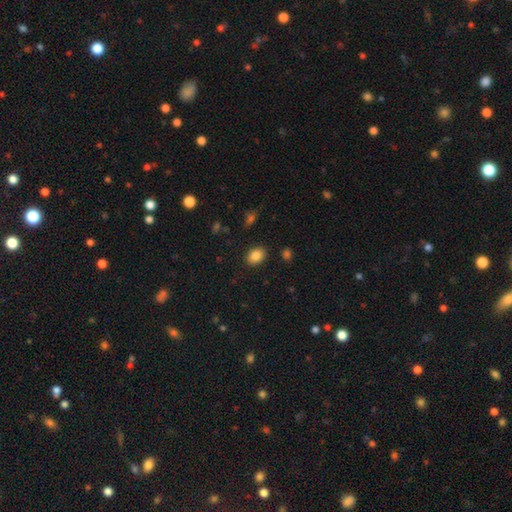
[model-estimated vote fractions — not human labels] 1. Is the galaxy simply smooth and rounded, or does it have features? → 86% smooth, 9% star or artifact, 6% featured or disk.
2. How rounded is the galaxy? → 72% in between, 27% round, 1% cigar-shaped.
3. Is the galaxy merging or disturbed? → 88% none, 9% minor disturbance, 2% major disturbance, 1% merger.